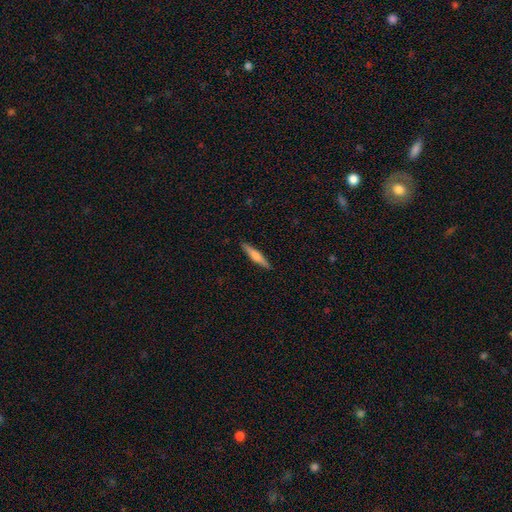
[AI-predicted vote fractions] This appears to be a smooth galaxy with no disk features (54%) that is cigar-shaped (89%). Merging: none (91%).